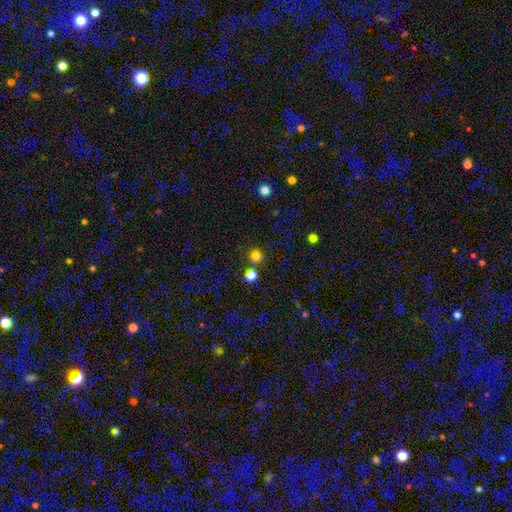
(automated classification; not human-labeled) Smooth or featured? Predicted: smooth (p=0.70). How rounded? Predicted: round (p=0.81). Merging? Predicted: none (p=0.75).